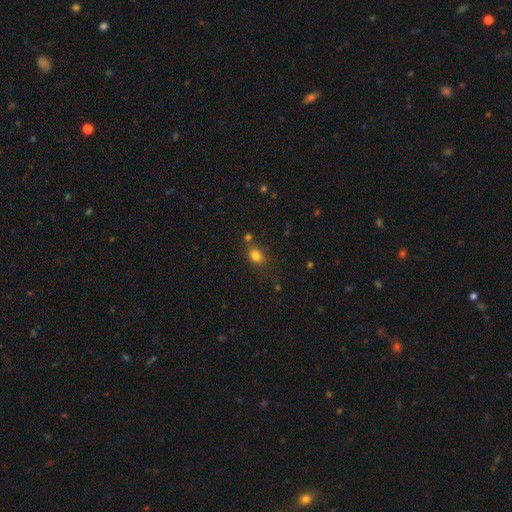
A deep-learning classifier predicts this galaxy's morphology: The model was most divided on "how rounded": in between: 60%, round: 38%, cigar-shaped: 2%. More confident: smooth or featured — smooth (79%); merging — none (68%).